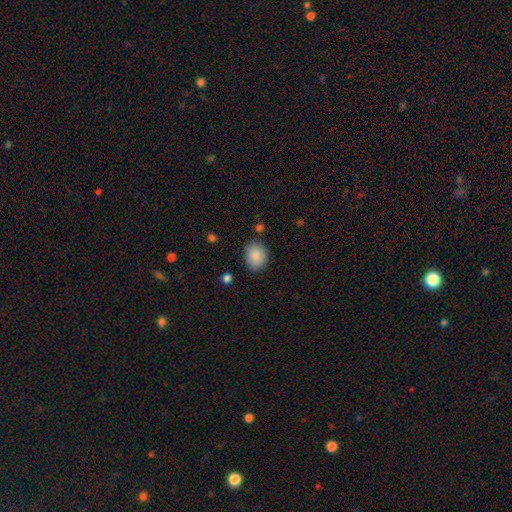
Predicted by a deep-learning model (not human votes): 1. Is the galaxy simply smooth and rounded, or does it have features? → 88% smooth, 7% star or artifact, 5% featured or disk.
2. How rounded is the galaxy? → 51% in between, 48% round, 1% cigar-shaped.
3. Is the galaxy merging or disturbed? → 83% none, 12% minor disturbance, 3% major disturbance, 2% merger.